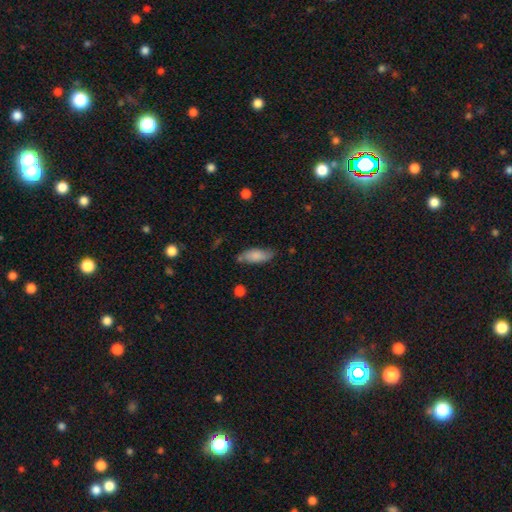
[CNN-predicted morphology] A smooth galaxy with no disk features (75%) that is in between round and cigar-shaped (78%).

Vote fractions:
- Smooth or featured? smooth: 75% / featured or disk: 18% / star or artifact: 7%
- How rounded? in between: 78% / cigar-shaped: 20% / round: 2%
- Merging? none: 68% / minor disturbance: 23% / major disturbance: 5% / merger: 4%